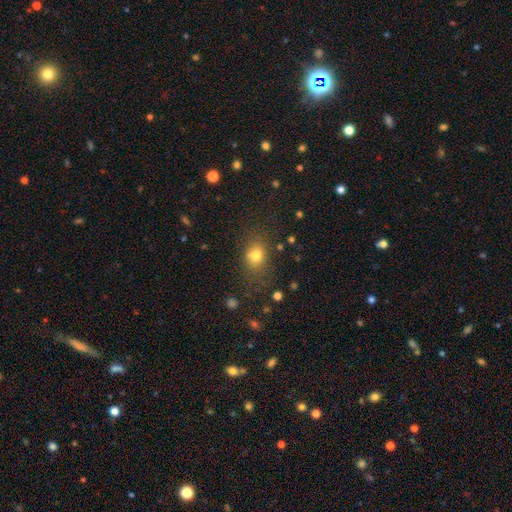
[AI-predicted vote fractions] Q: Smooth or featured?
A: smooth (76%); runner-up: star or artifact (15%)
Q: How rounded?
A: in between (53%); runner-up: round (46%)
Q: Merging?
A: none (68%); runner-up: minor disturbance (18%)